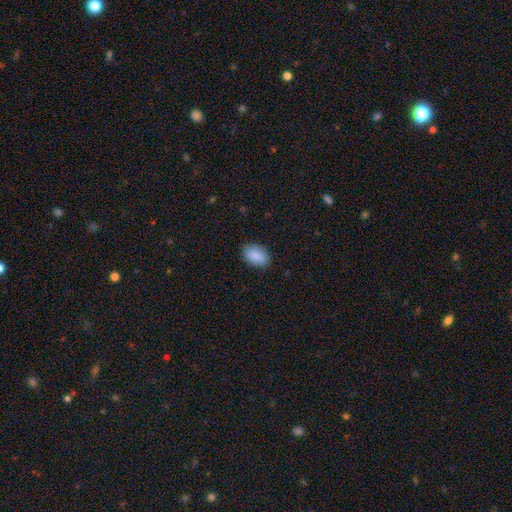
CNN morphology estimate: The model was most divided on "merging": none: 84%, minor disturbance: 12%, major disturbance: 3%, merger: 1%. More confident: smooth or featured — smooth (89%); how rounded — in between (88%).